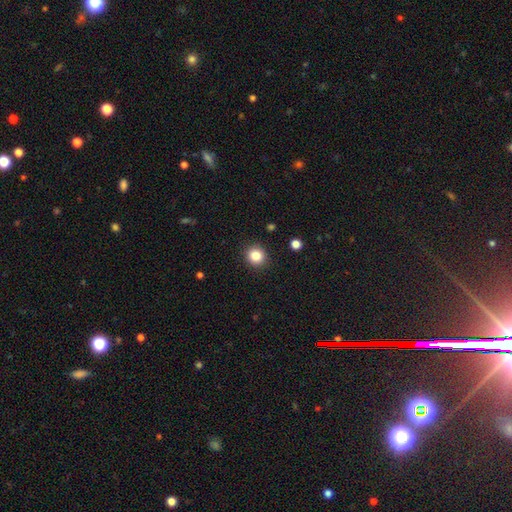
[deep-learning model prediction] smooth_or_featured: smooth (p=0.84) [alt: star or artifact p=0.11]
how_rounded: round (p=0.88) [alt: in between p=0.11]
merging: none (p=0.91) [alt: minor disturbance p=0.06]